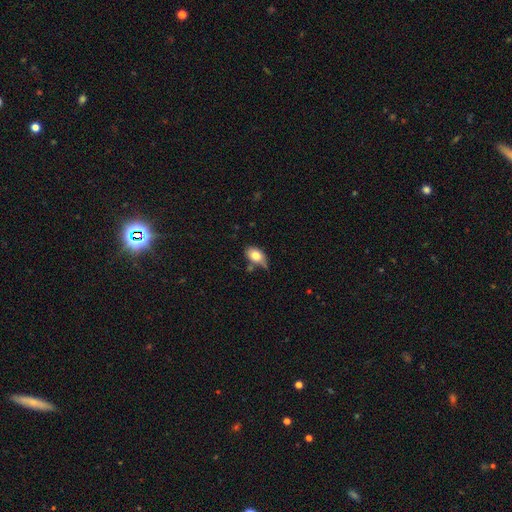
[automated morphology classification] Smooth or featured? smooth (79%)
How rounded? in between (84%)
Merging? none (48%)